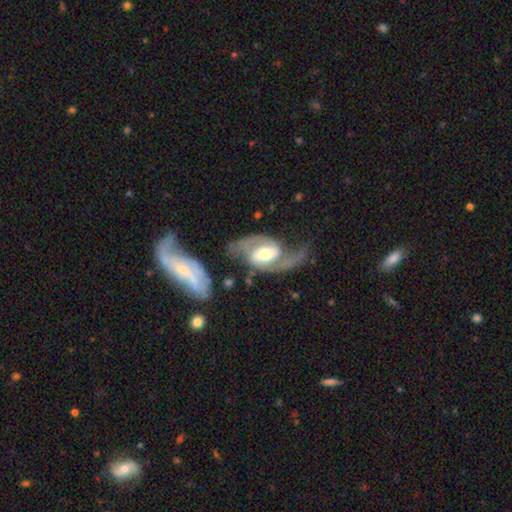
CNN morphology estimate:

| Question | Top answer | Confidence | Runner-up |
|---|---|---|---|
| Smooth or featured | featured or disk | 87% | smooth (8%) |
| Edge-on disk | no | 96% | yes (4%) |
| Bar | weak | 42% | no (32%) |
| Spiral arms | yes | 95% | no (5%) |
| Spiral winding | medium | 46% | loose (38%) |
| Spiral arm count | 2 | 85% | 1 (7%) |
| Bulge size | moderate | 66% | small (17%) |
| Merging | none | 45% | major disturbance (21%) |